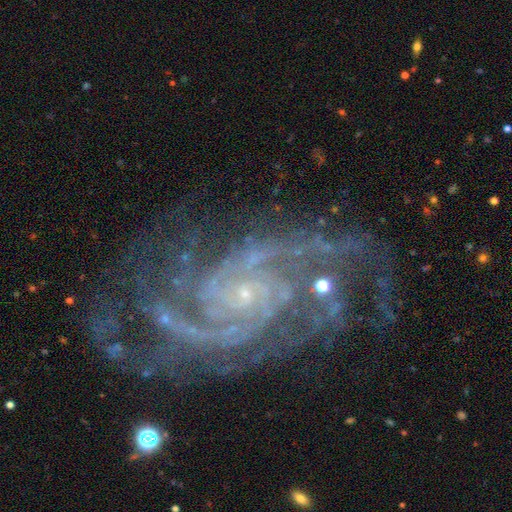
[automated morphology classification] This appears to be a featured or disk galaxy (90%) with no bar (64%), 2 (23%) tight (59%) spiral arms (99%) and a small central bulge (84%). Merging: none (63%).